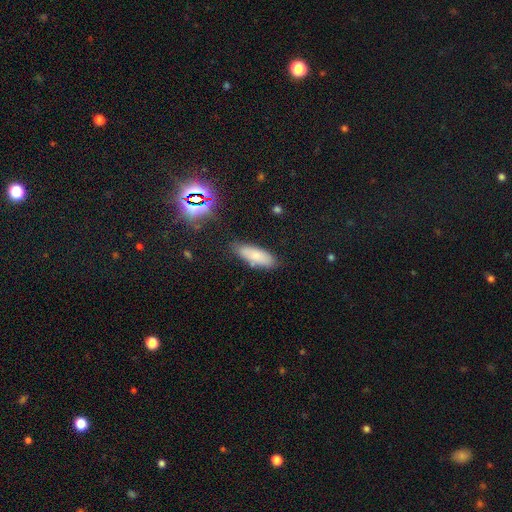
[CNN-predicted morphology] smooth_or_featured: smooth (p=0.77) [alt: featured or disk p=0.13]
how_rounded: in between (p=0.66) [alt: cigar-shaped p=0.32]
merging: none (p=0.77) [alt: minor disturbance p=0.15]